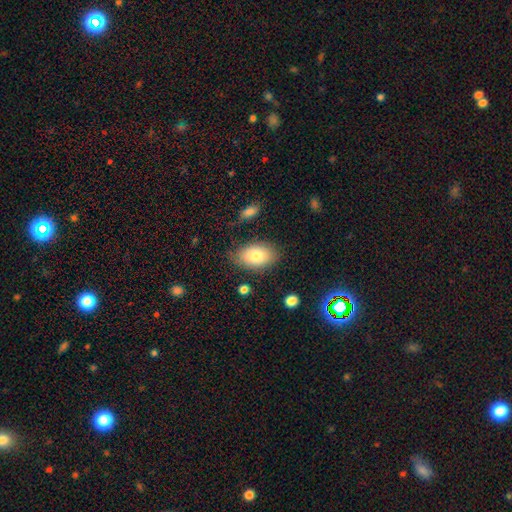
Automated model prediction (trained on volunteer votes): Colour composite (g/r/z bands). It shows a smooth galaxy with no disk features (78%) that is in between round and cigar-shaped (89%). Merging: none (76%).